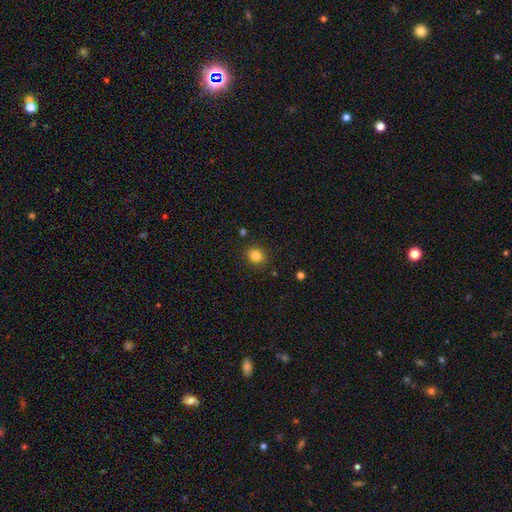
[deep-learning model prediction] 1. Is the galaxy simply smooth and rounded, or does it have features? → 84% smooth, 12% star or artifact, 5% featured or disk.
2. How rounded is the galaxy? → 81% round, 18% in between, 1% cigar-shaped.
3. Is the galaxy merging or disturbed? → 88% none, 8% minor disturbance, 2% major disturbance, 2% merger.